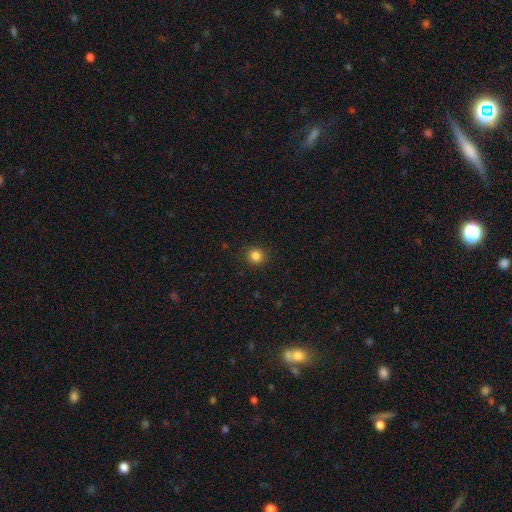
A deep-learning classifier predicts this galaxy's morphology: Smooth or featured?
  - smooth: 84% *
  - star or artifact: 12%
  - featured or disk: 4%
How rounded?
  - round: 90% *
  - in between: 9%
  - cigar-shaped: 1%
Merging?
  - none: 91% *
  - minor disturbance: 6%
  - major disturbance: 2%
  - merger: 1%